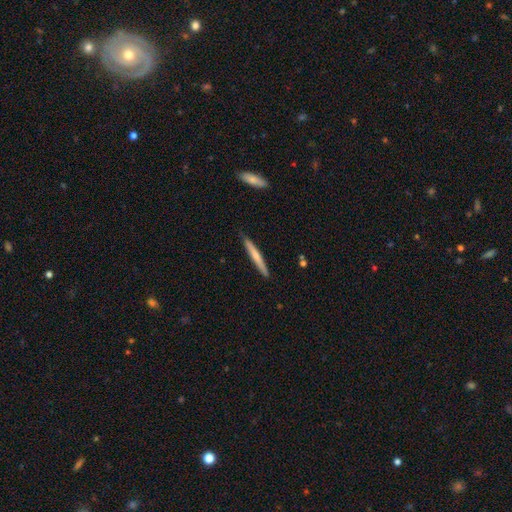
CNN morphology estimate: A smooth galaxy with no disk features (60%) that is cigar-shaped (96%).

Vote fractions:
- Smooth or featured? smooth: 60% / featured or disk: 35% / star or artifact: 5%
- How rounded? cigar-shaped: 96% / in between: 3% / round: 1%
- Merging? none: 89% / minor disturbance: 9% / major disturbance: 1% / merger: 1%